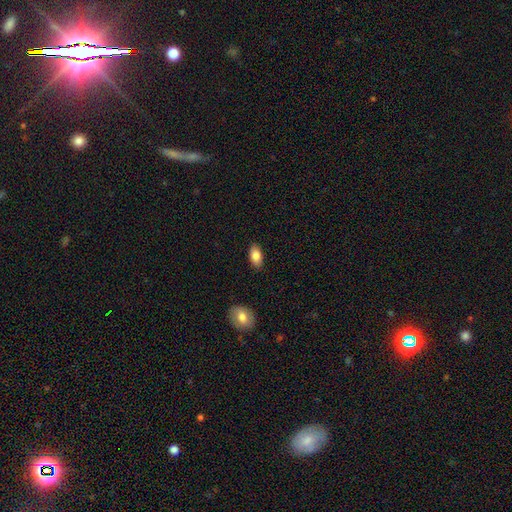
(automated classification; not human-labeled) smooth 85%, featured or disk 8%, star or artifact 7%. Down the decision tree: how rounded — in between (92%); merging — none (88%).